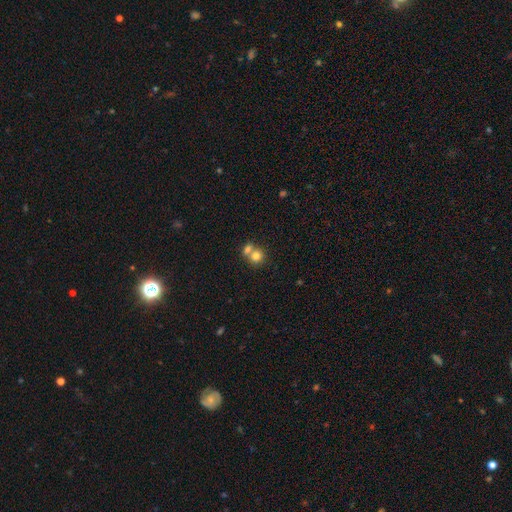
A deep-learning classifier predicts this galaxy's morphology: Smooth or featured?
  - smooth: 78% *
  - featured or disk: 12%
  - star or artifact: 11%
How rounded?
  - round: 81% *
  - in between: 18%
  - cigar-shaped: 1%
Merging?
  - merger: 53% *
  - none: 38%
  - minor disturbance: 6%
  - major disturbance: 3%